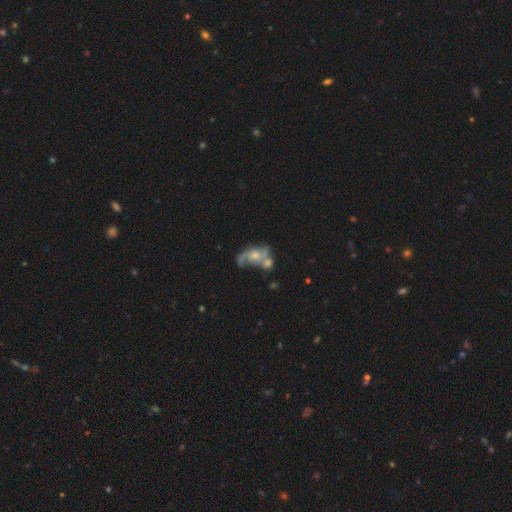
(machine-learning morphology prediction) This appears to be a featured or disk galaxy (72%) with no bar (71%), 2 (76%) loose (64%) spiral arms (84%) and a moderate central bulge (50%). Merging: merger (43%).